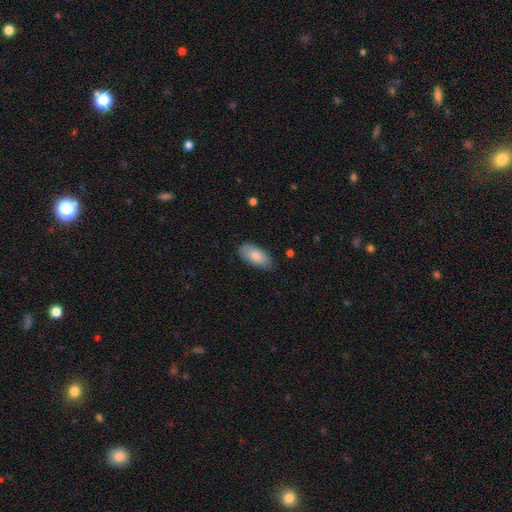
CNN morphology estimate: This is clearly a smooth galaxy (83%). How rounded: clearly in between (92%). Merging: likely none (78%).